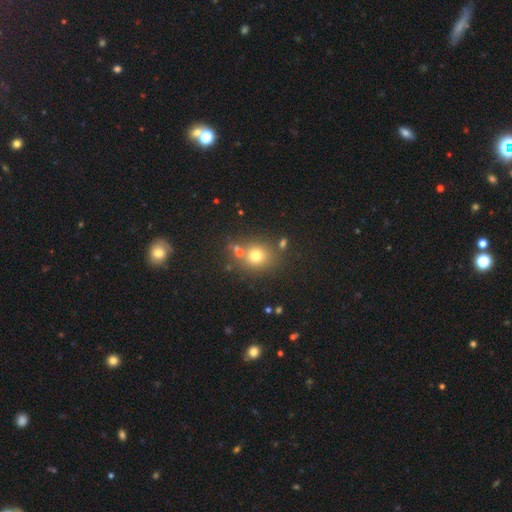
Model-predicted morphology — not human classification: This is likely a smooth galaxy (73%). How rounded: likely round (78%). Merging: likely none (69%).